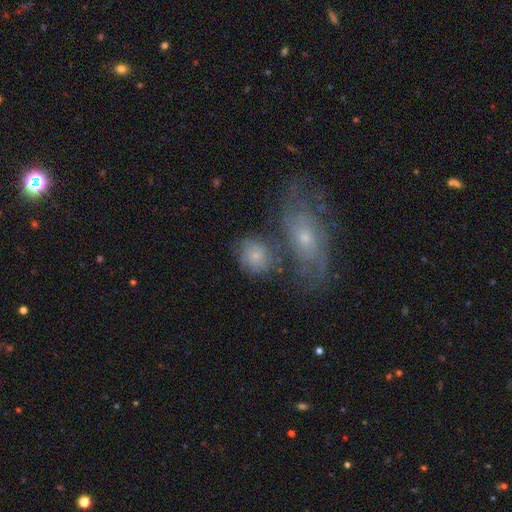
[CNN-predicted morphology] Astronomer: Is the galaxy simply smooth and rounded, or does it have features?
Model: smooth — 50% (runner-up: featured or disk, 39%).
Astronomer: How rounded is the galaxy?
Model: round — 63%.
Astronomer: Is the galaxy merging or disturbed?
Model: none — 49% (runner-up: merger, 26%).